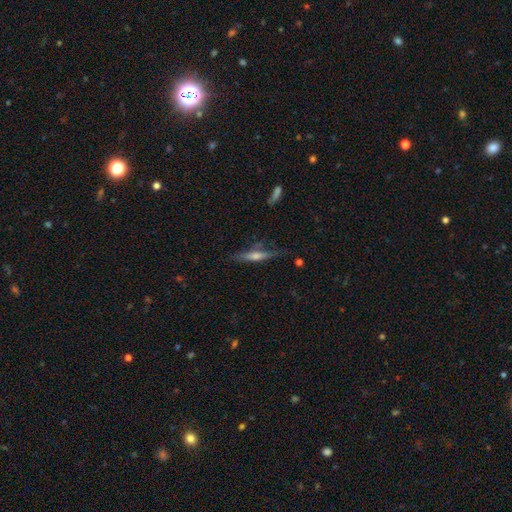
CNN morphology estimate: A featured or disk galaxy (59%) viewed edge-on (94%) with a rounded central bulge (69%).

Vote fractions:
- Smooth or featured? featured or disk: 59% / smooth: 33% / star or artifact: 8%
- Edge-on disk? yes: 94% / no: 6%
- Edge-on bulge? rounded: 69% / none: 18% / boxy: 13%
- Merging? none: 74% / minor disturbance: 18% / major disturbance: 5% / merger: 3%